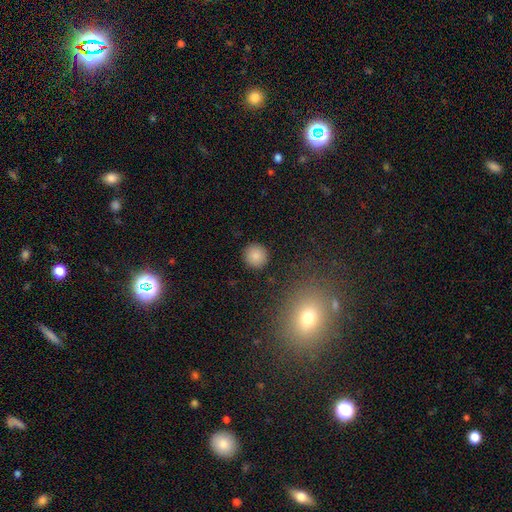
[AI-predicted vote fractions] The model was most divided on "smooth or featured": smooth: 85%, star or artifact: 10%, featured or disk: 5%. More confident: how rounded — round (95%); merging — none (91%).